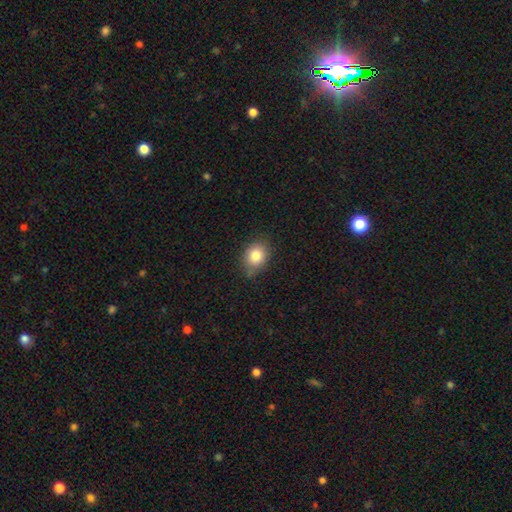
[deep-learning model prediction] Smooth or featured?
  - smooth: 81% *
  - star or artifact: 10%
  - featured or disk: 9%
How rounded?
  - in between: 52% *
  - round: 47%
  - cigar-shaped: 1%
Merging?
  - none: 76% *
  - minor disturbance: 19%
  - major disturbance: 3%
  - merger: 1%